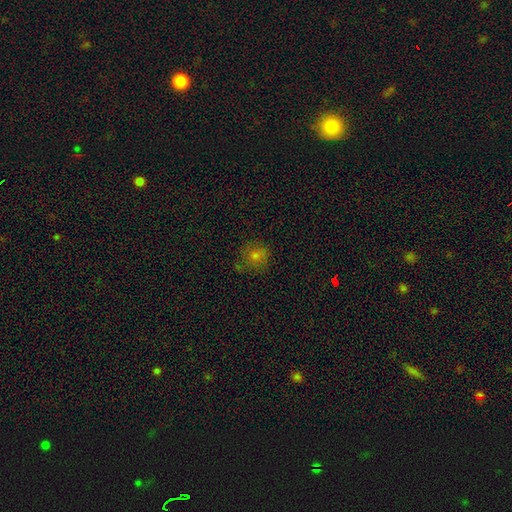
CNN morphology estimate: Smooth or featured? Predicted: smooth (p=0.67). How rounded? Predicted: round (p=0.83). Merging? Predicted: none (p=0.74).